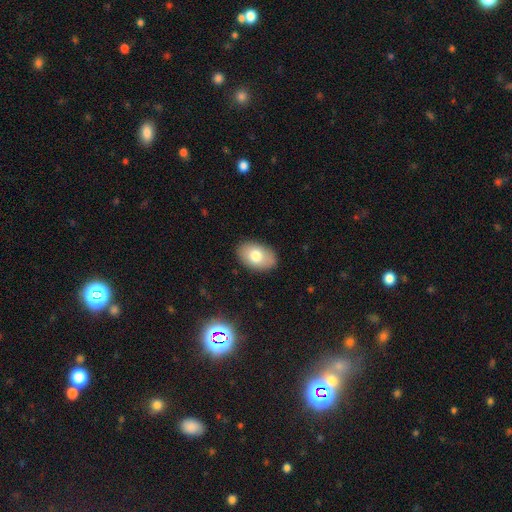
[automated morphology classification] Smooth or featured? Predicted: smooth (p=0.76). How rounded? Predicted: in between (p=0.90). Merging? Predicted: none (p=0.87).